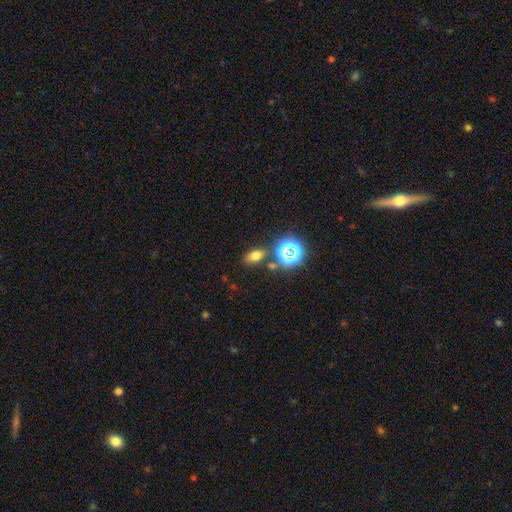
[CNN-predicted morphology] Smooth or featured?
  - smooth: 65% *
  - star or artifact: 24%
  - featured or disk: 10%
How rounded?
  - in between: 76% *
  - round: 19%
  - cigar-shaped: 4%
Merging?
  - none: 77% *
  - minor disturbance: 11%
  - merger: 9%
  - major disturbance: 4%